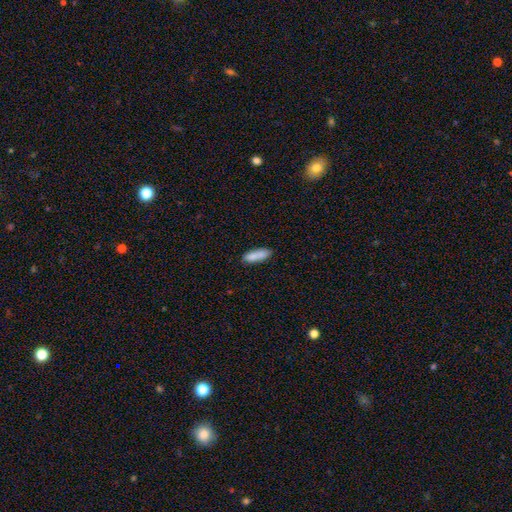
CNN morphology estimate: Smooth or featured: smooth — 86% (featured or disk — 7%)
How rounded: in between — 51% (cigar-shaped — 47%)
Merging: none — 82% (minor disturbance — 13%)